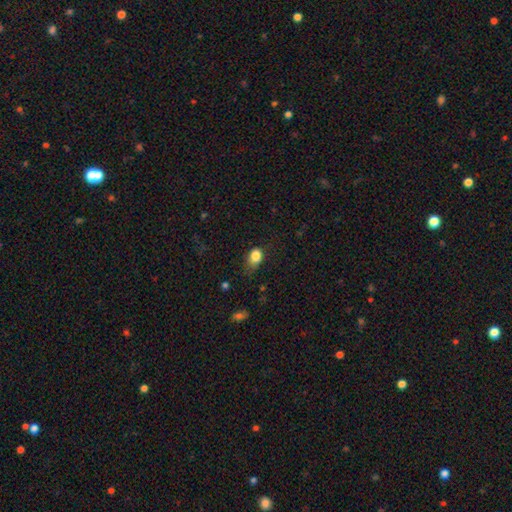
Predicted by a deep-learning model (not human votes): smooth-or-featured: smooth: 83% | star or artifact: 10% | featured or disk: 7%
  how-rounded: in between: 70% | round: 28% | cigar-shaped: 2%
  merging: minor disturbance: 40% (tied) | none: 40% (tied) | major disturbance: 18% | merger: 2%